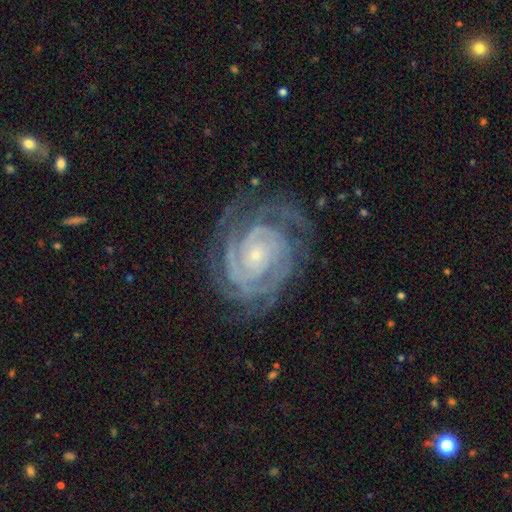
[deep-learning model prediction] This is clearly a featured or disk galaxy (91%). It is clearly not viewed edge-on (97%). Bar: likely no (73%). Spiral arm pattern: clearly yes (98%). Spiral arm count: marginally 2 (27%). Spiral winding: clearly tight (81%). Central bulge: clearly small (81%). Merging: likely none (75%).